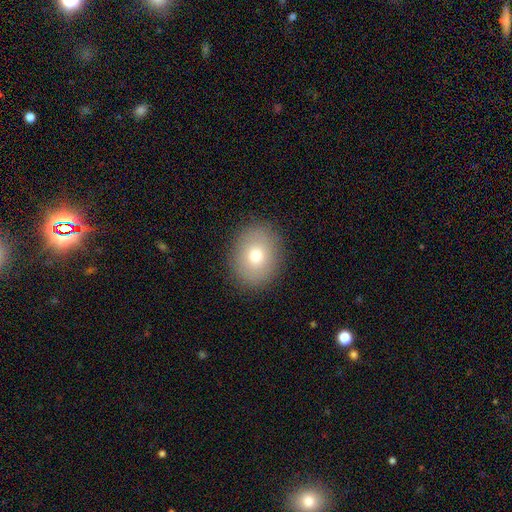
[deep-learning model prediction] Morphology: type=smooth (76%); roundness=round (54%); merging=none (89%).